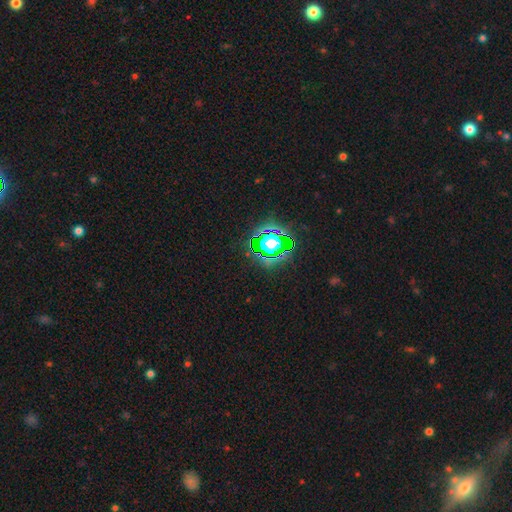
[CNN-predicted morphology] The model was most divided on "smooth or featured": star or artifact: 81%, smooth: 12%, featured or disk: 7%.